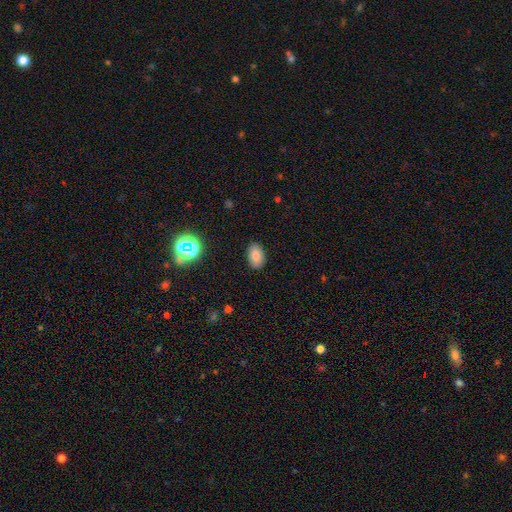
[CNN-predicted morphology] smooth_or_featured: smooth (p=0.77) [alt: star or artifact p=0.11]
how_rounded: in between (p=0.89) [alt: round p=0.10]
merging: none (p=0.87) [alt: minor disturbance p=0.10]